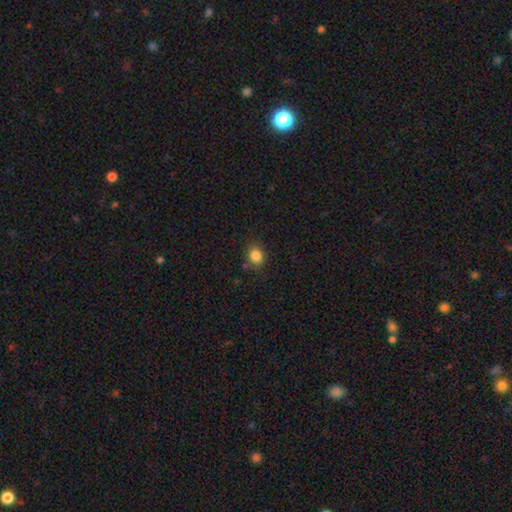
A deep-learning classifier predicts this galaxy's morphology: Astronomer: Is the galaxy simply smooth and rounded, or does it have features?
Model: smooth — 85%.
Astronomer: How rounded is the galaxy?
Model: round — 65%.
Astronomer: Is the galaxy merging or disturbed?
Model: none — 82%.